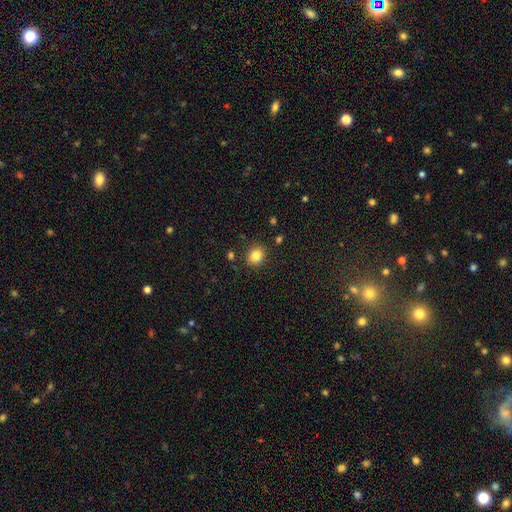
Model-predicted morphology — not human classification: Smooth or featured: smooth — 84% (star or artifact — 11%)
How rounded: round — 64% (in between — 35%)
Merging: none — 86% (minor disturbance — 8%)